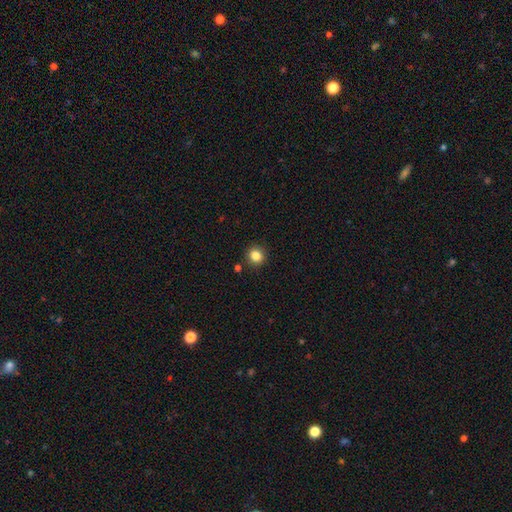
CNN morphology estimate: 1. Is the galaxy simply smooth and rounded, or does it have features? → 84% smooth, 11% star or artifact, 5% featured or disk.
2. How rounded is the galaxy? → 90% round, 9% in between, 1% cigar-shaped.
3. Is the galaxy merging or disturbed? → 89% none, 6% minor disturbance, 2% merger, 2% major disturbance.